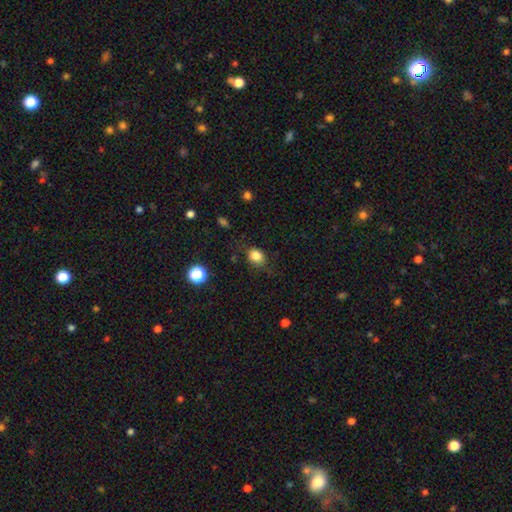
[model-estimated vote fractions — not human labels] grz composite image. It shows a smooth galaxy with no disk features (83%) that is round (55%). Merging: none (69%).